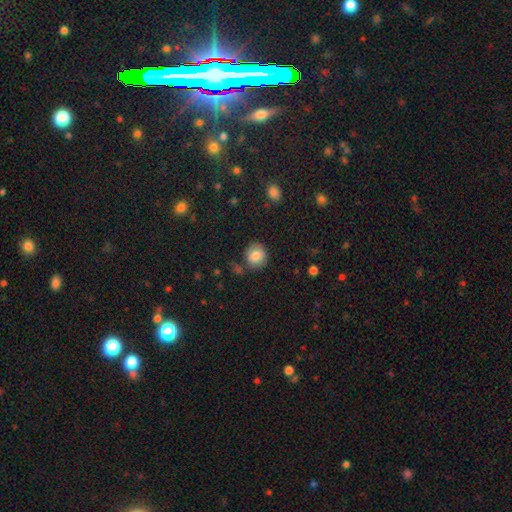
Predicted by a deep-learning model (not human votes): This is clearly a smooth galaxy (82%). How rounded: clearly round (83%). Merging: likely none (79%).